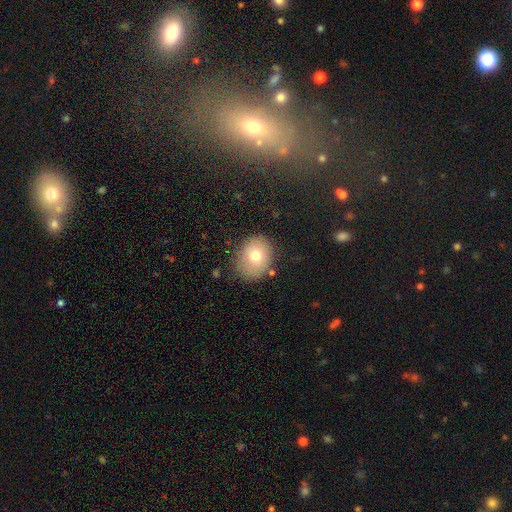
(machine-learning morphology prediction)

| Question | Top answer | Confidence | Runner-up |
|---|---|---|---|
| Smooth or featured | smooth | 75% | featured or disk (15%) |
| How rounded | round | 56% | in between (43%) |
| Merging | none | 80% | minor disturbance (14%) |